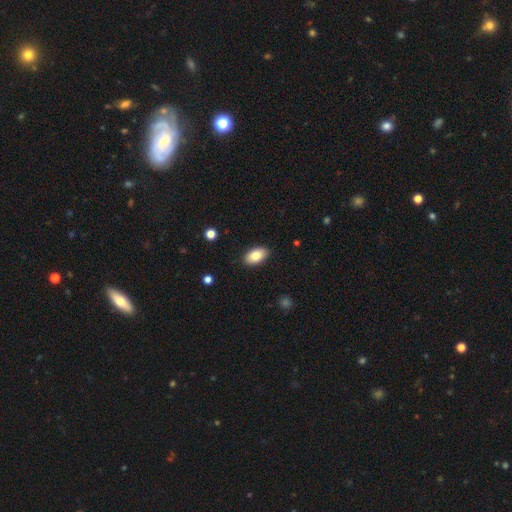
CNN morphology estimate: smooth 81%, featured or disk 12%, star or artifact 7%. Down the decision tree: how rounded — in between (94%); merging — none (88%).